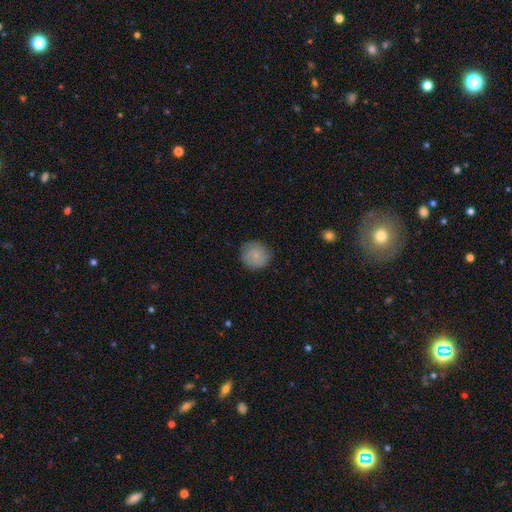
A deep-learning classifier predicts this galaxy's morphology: Q: Smooth or featured?
A: smooth (80%); runner-up: featured or disk (13%)
Q: How rounded?
A: round (91%); runner-up: in between (8%)
Q: Merging?
A: none (85%); runner-up: minor disturbance (11%)